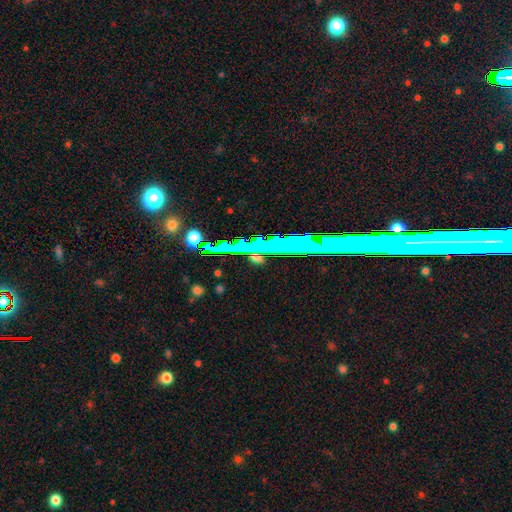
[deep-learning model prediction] Smooth or featured: star or artifact — 44% (featured or disk — 29%)